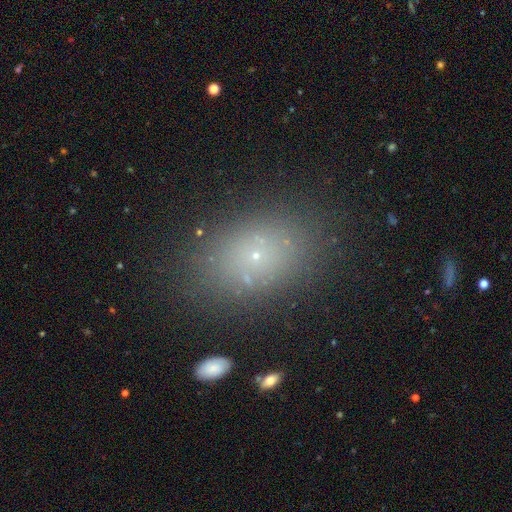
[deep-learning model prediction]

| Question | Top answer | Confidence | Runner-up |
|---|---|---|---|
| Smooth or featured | smooth | 63% | star or artifact (22%) |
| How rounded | in between | 74% | round (24%) |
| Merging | none | 83% | minor disturbance (10%) |